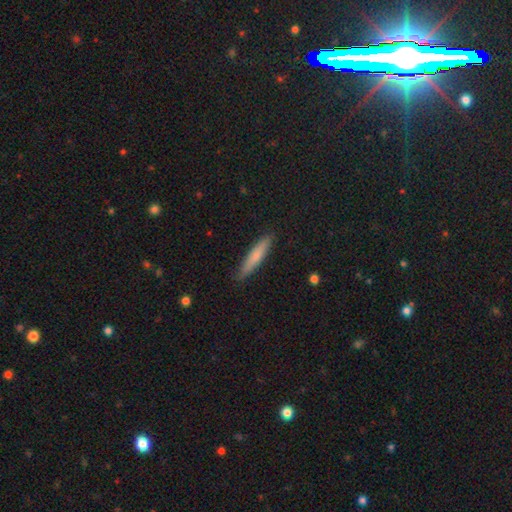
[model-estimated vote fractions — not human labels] Smooth or featured?
  - smooth: 70% *
  - featured or disk: 24%
  - star or artifact: 6%
How rounded?
  - cigar-shaped: 91% *
  - in between: 8%
  - round: 1%
Merging?
  - none: 88% *
  - minor disturbance: 9%
  - major disturbance: 2%
  - merger: 1%